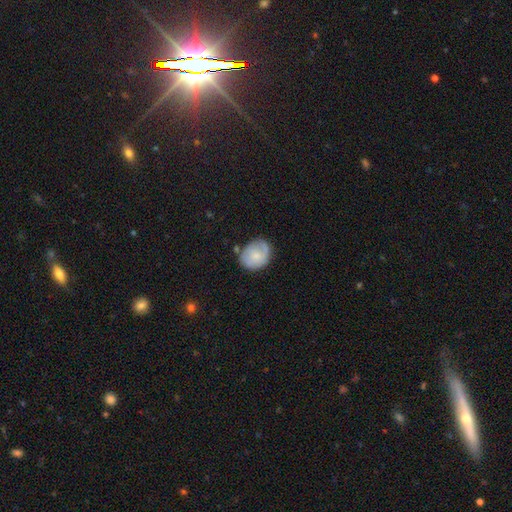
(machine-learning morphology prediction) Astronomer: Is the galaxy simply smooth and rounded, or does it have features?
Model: smooth — 59% (runner-up: featured or disk, 34%).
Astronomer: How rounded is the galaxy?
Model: round — 54% (runner-up: in between, 45%).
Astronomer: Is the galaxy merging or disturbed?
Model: none — 61%.